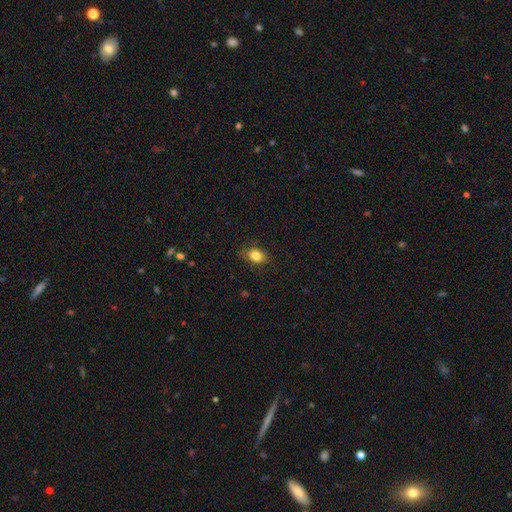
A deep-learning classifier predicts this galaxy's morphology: Overall: smooth (84%). How rounded: in between (69%). Merging: none (81%).